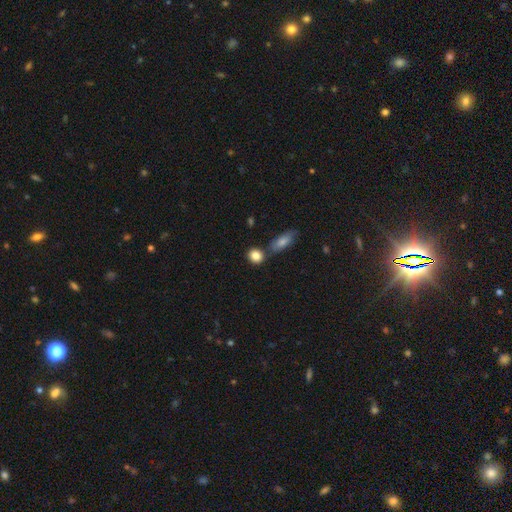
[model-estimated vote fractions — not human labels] This appears to be a smooth galaxy with no disk features (85%) that is round (65%). Merging: none (66%).